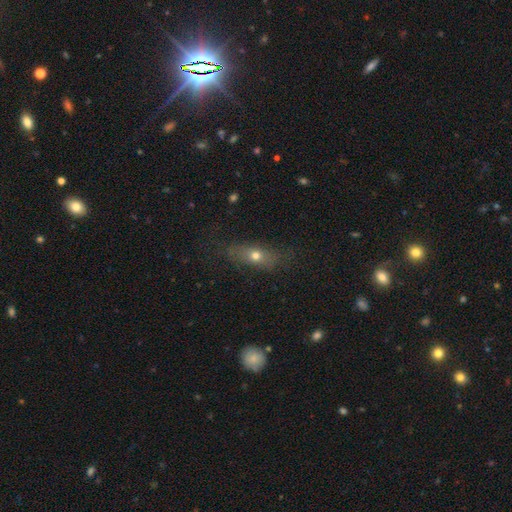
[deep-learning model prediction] A smooth galaxy with no disk features (63%) that is in between round and cigar-shaped (60%). Merging: none (74%).